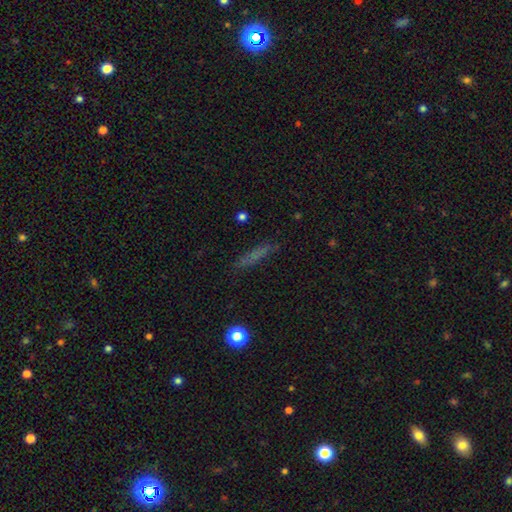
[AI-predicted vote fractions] Overall: smooth (62%; featured or disk 23%). How rounded: cigar-shaped (86%). Merging: none (80%).